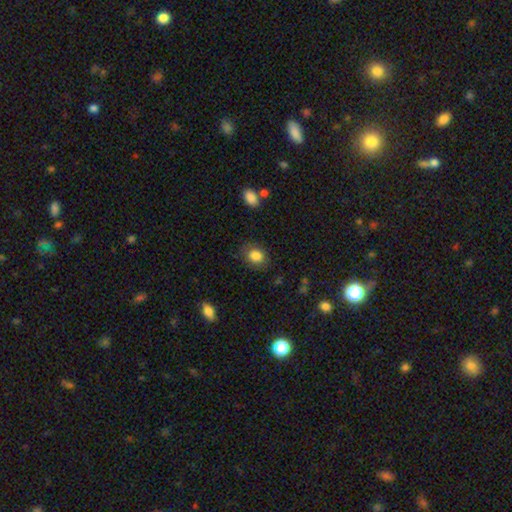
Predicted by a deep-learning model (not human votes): This is clearly a smooth galaxy (84%). How rounded: possibly in between (53%). Merging: likely none (79%).